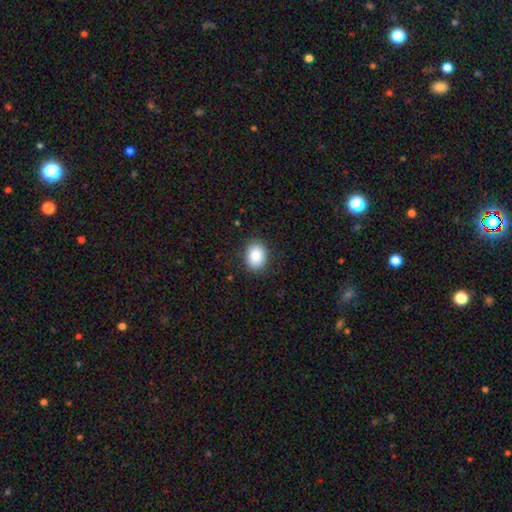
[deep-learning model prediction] Smooth or featured? Predicted: smooth (p=0.87). How rounded? Predicted: in between (p=0.63). Merging? Predicted: none (p=0.87).